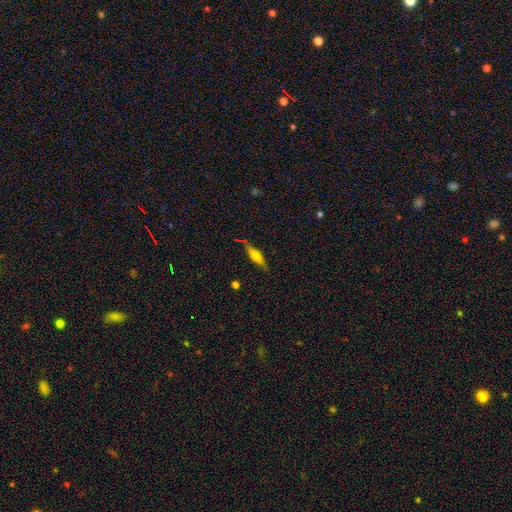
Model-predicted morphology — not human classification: smooth-or-featured: smooth: 51% | featured or disk: 41% | star or artifact: 8%
  how-rounded: cigar-shaped: 71% | in between: 27% | round: 2%
  merging: none: 81% | minor disturbance: 14% | major disturbance: 3% | merger: 3%